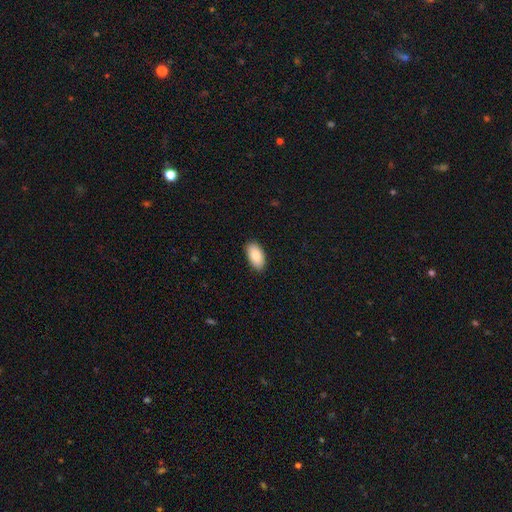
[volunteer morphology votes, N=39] Q: Smooth or featured?
A: smooth (79%); runner-up: featured or disk (10%)
Q: How rounded?
A: in between (94%); runner-up: cigar-shaped (6%)
Q: Merging?
A: none (91%); runner-up: minor disturbance (9%)